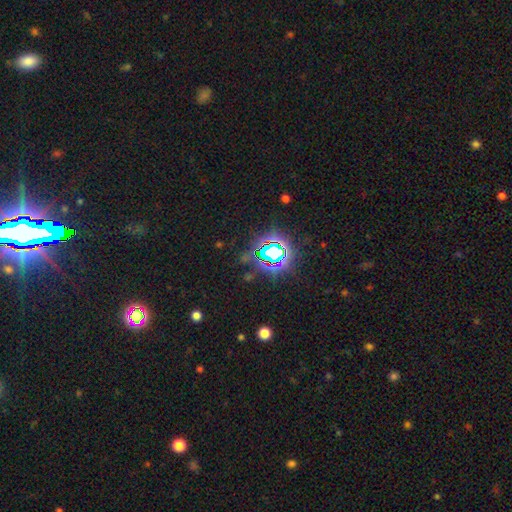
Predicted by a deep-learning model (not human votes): smooth-or-featured: star or artifact: 82% | smooth: 11% | featured or disk: 7%